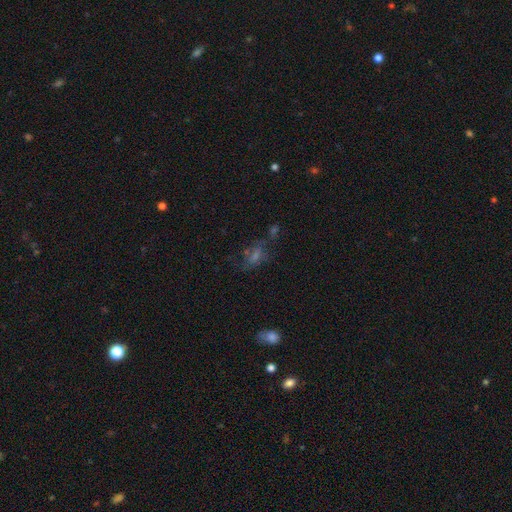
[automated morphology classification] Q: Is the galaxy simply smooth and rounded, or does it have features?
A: featured or disk — 35%.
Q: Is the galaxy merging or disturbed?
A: none — 53%.